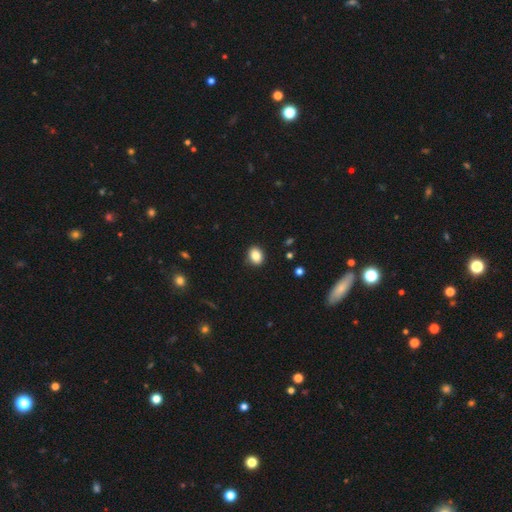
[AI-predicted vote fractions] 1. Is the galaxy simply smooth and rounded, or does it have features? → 85% smooth, 9% star or artifact, 6% featured or disk.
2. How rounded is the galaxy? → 54% in between, 45% round, 1% cigar-shaped.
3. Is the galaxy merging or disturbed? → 89% none, 8% minor disturbance, 2% major disturbance, 1% merger.